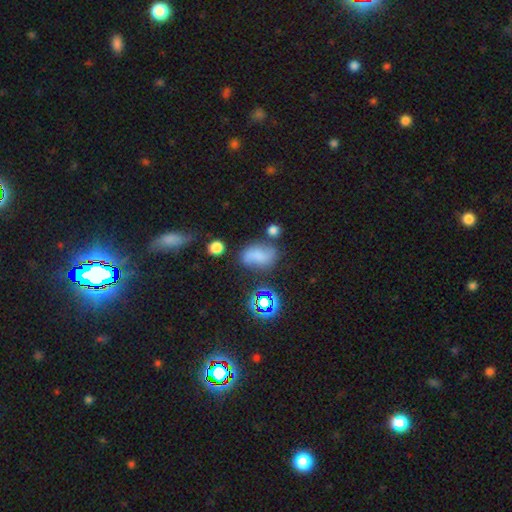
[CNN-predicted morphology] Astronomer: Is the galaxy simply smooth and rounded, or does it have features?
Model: smooth — 52% (runner-up: featured or disk, 30%).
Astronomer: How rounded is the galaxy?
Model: in between — 78%.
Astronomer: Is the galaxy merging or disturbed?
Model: none — 52%.